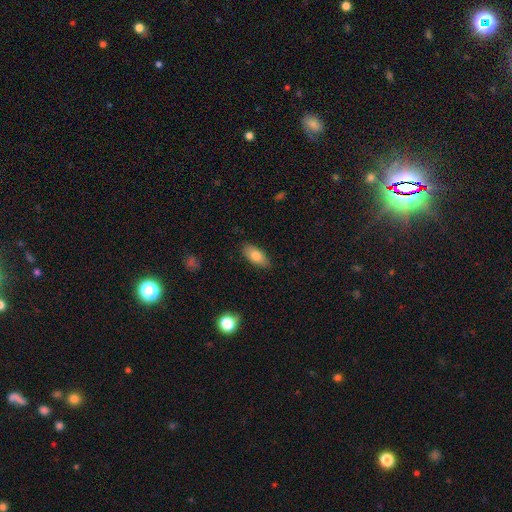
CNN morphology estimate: This is clearly a smooth galaxy (80%). How rounded: clearly in between (87%). Merging: clearly none (86%).